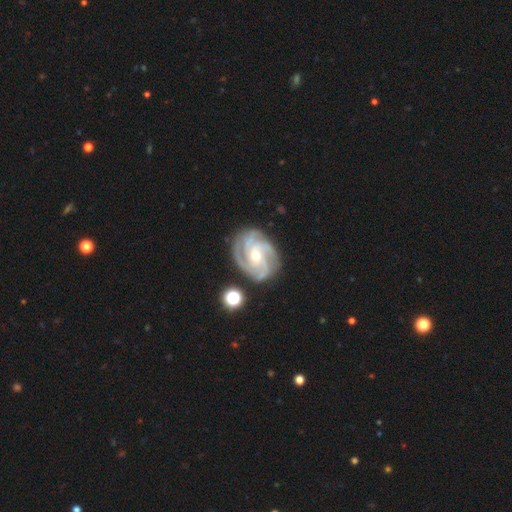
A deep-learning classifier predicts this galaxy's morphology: This appears to be a featured or disk galaxy (90%) with no bar (60%), 4 (36%) tight (63%) spiral arms (98%) and a moderate central bulge (54%). Merging: none (79%).